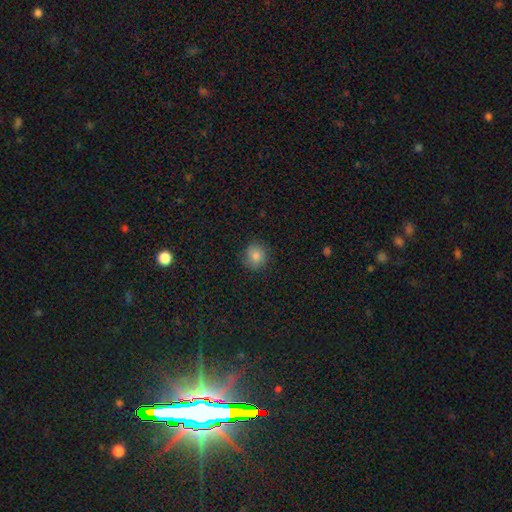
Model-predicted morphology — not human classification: This is likely a smooth galaxy (79%). How rounded: clearly round (87%). Merging: clearly none (85%).